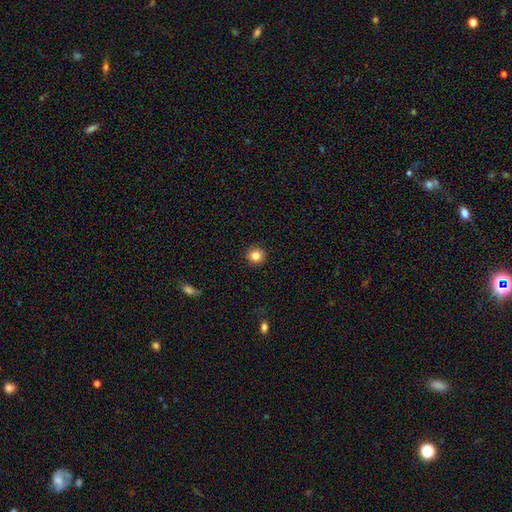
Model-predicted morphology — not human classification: A smooth galaxy with no disk features (84%) that is round (93%).

Vote fractions:
- Smooth or featured? smooth: 84% / star or artifact: 10% / featured or disk: 5%
- How rounded? round: 93% / in between: 6% / cigar-shaped: 1%
- Merging? none: 92% / minor disturbance: 5% / major disturbance: 2% / merger: 1%